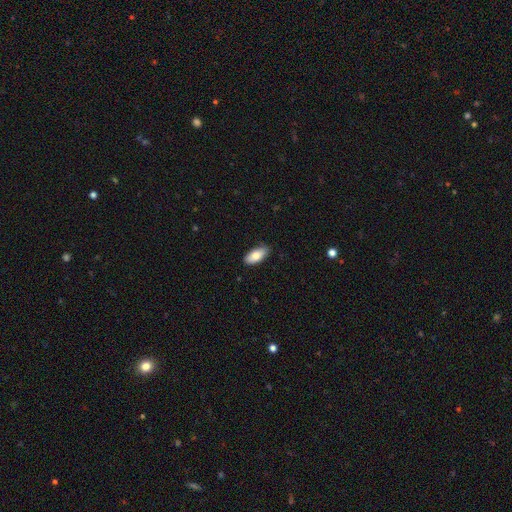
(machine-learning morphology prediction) A smooth galaxy with no disk features (79%) that is in between round and cigar-shaped (90%). Merging: none (85%).